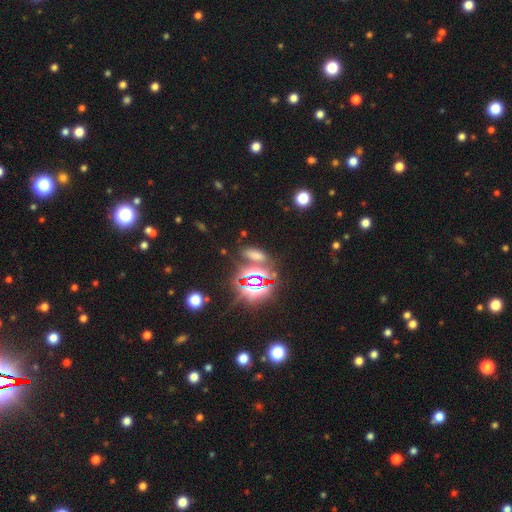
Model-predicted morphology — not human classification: Smooth or featured? Predicted: star or artifact (p=0.46).